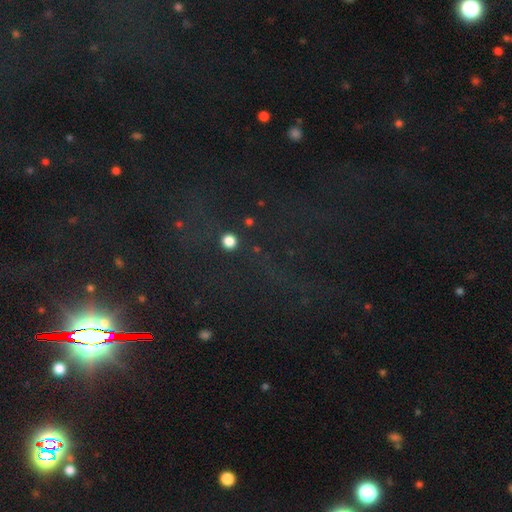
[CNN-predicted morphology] type=star or artifact (79%).